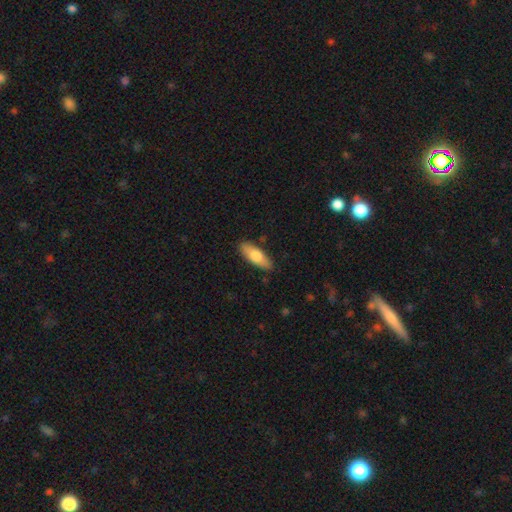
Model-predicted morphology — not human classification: Smooth or featured? smooth (72%)
How rounded? in between (64%)
Merging? none (87%)